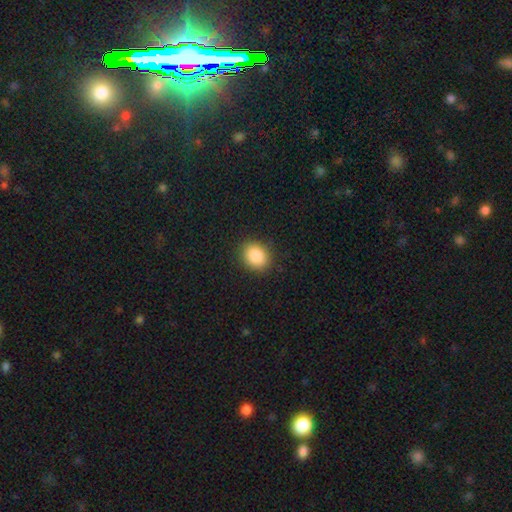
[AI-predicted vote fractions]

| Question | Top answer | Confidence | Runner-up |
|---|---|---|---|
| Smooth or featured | smooth | 87% | star or artifact (9%) |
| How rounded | round | 57% | in between (43%) |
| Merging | none | 89% | minor disturbance (8%) |